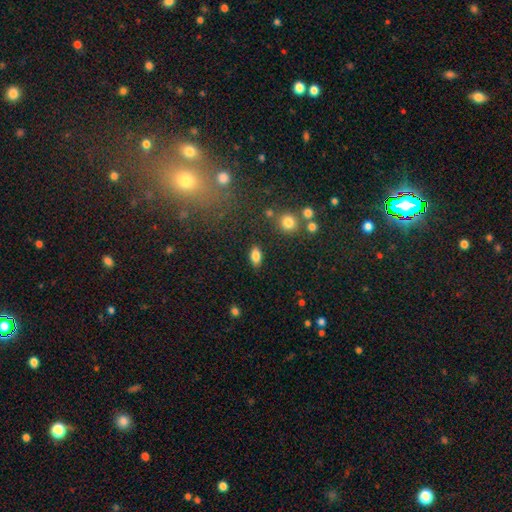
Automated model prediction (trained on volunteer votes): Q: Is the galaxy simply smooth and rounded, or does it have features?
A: smooth — 84%.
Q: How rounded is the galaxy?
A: in between — 90%.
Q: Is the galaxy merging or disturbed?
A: none — 86%.